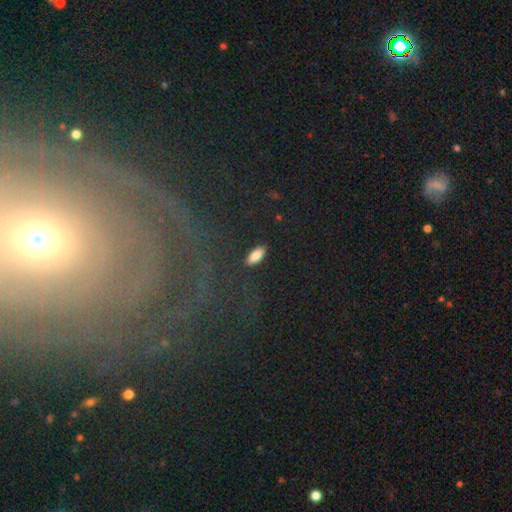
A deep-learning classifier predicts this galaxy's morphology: Smooth or featured: smooth — 84% (star or artifact — 8%)
How rounded: in between — 78% (cigar-shaped — 19%)
Merging: none — 89% (minor disturbance — 8%)